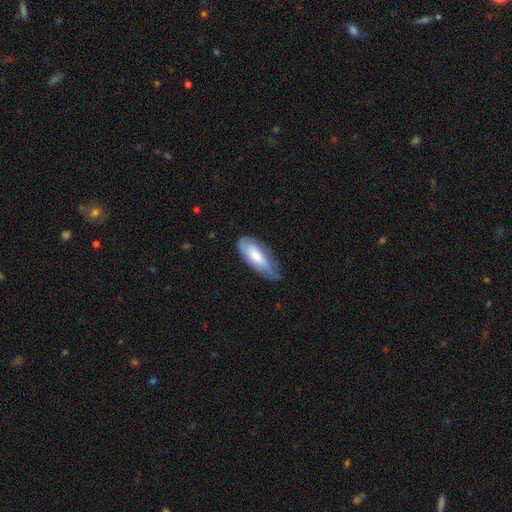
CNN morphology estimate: Smooth or featured? smooth (63%)
How rounded? in between (69%)
Merging? none (56%)